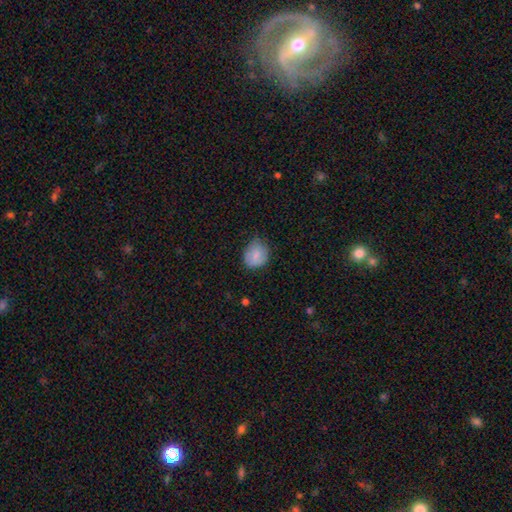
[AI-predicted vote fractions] Smooth or featured? smooth (80%)
How rounded? round (65%)
Merging? none (58%)